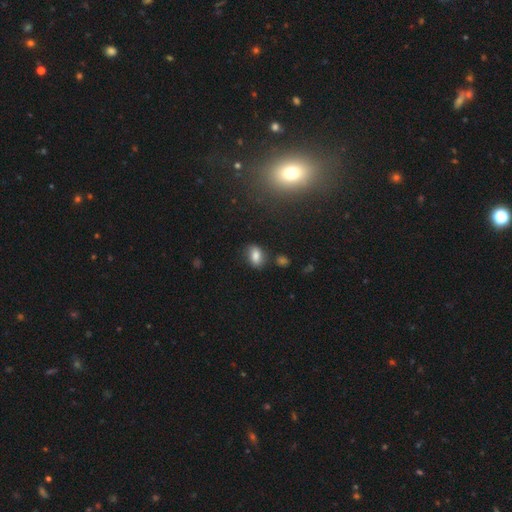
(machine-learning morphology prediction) smooth 78%, star or artifact 11%, featured or disk 10%. Down the decision tree: how rounded — in between (81%); merging — none (76%).